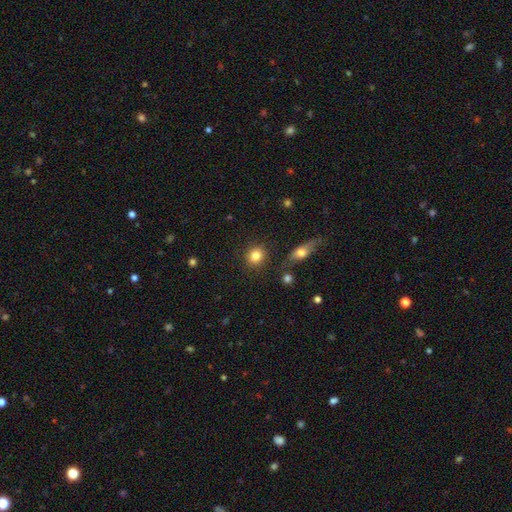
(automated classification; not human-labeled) Smooth or featured? Predicted: smooth (p=0.83). How rounded? Predicted: round (p=0.82). Merging? Predicted: none (p=0.85).